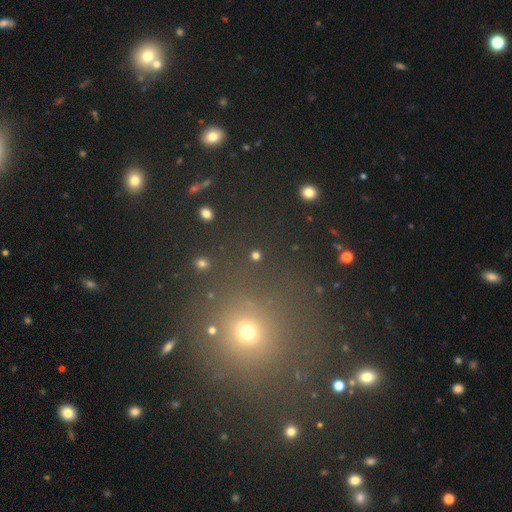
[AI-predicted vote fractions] smooth-or-featured: smooth: 71% | star or artifact: 23% | featured or disk: 6%
  how-rounded: round: 91% | in between: 8% | cigar-shaped: 1%
  merging: none: 88% | minor disturbance: 6% | merger: 3% | major disturbance: 3%